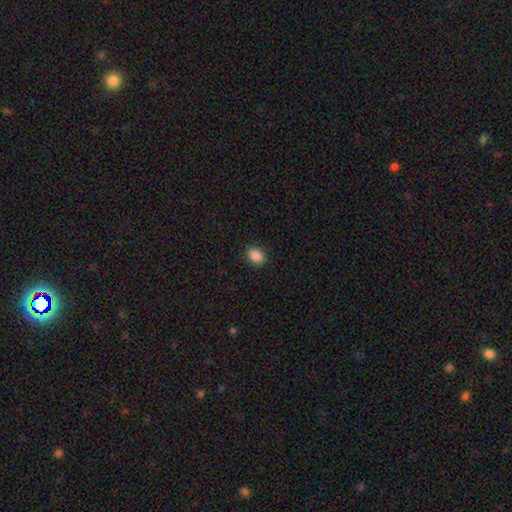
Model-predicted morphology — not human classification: smooth-or-featured: smooth: 88% | star or artifact: 9% | featured or disk: 3%
  how-rounded: in between: 76% | round: 22% | cigar-shaped: 1%
  merging: none: 88% | minor disturbance: 9% | major disturbance: 2% | merger: 1%